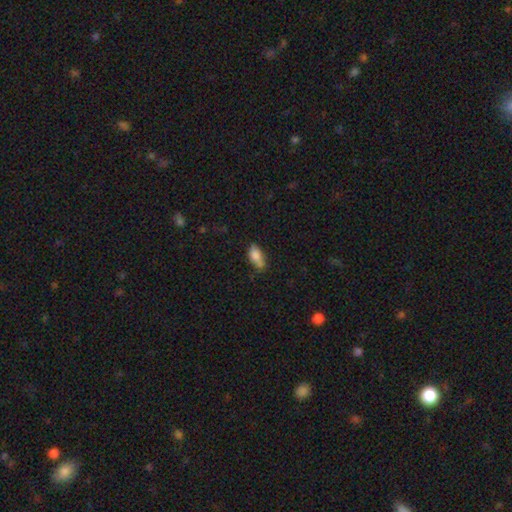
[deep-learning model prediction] smooth 81%, featured or disk 10%, star or artifact 8%. Down the decision tree: how rounded — in between (85%); merging — none (49%).